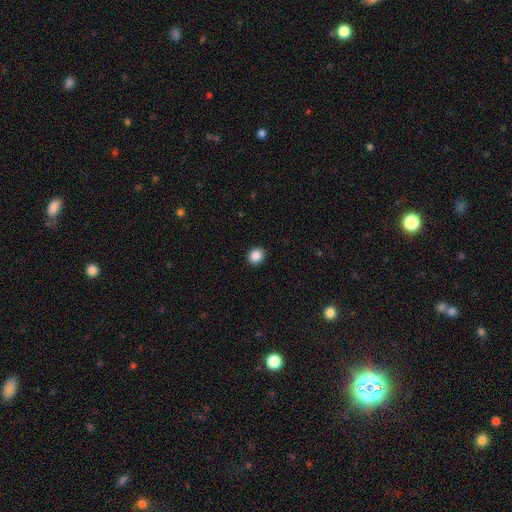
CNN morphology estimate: The model was most divided on "how rounded": round: 76%, in between: 23%, cigar-shaped: 1%. More confident: merging — none (91%); smooth or featured — smooth (88%).